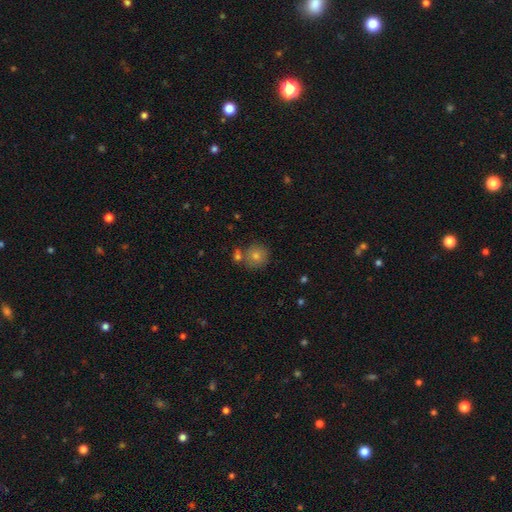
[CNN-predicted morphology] type=smooth (66%); roundness=round (91%); merging=none (74%).